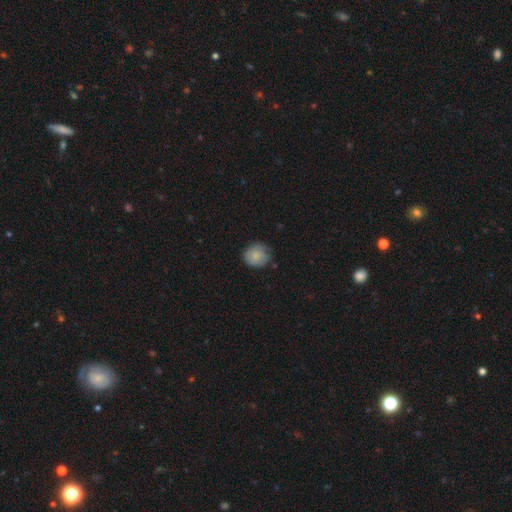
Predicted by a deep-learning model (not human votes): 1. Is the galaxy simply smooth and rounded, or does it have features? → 79% smooth, 13% featured or disk, 7% star or artifact.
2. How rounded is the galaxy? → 81% round, 18% in between, 1% cigar-shaped.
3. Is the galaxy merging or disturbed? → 73% none, 22% minor disturbance, 4% major disturbance, 1% merger.